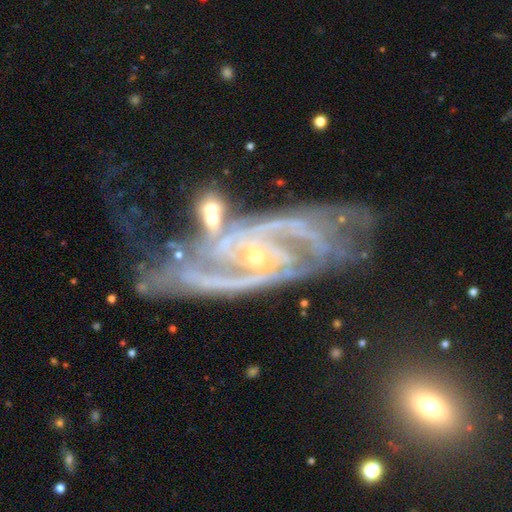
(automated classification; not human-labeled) smooth-or-featured: featured or disk: 92% | star or artifact: 5% | smooth: 3%
  disk-edge-on: no: 95% | yes: 5%
    bar: no: 54% | weak: 29% | strong: 16%
    has-spiral-arms: yes: 98% | no: 2%
      spiral-winding: medium: 45% (tied) | tight: 45% (tied) | loose: 11%
      spiral-arm-count: 2: 49% | 3: 20% | can't tell: 11% | 4: 9% | more than 4: 6% | 1: 6%
    bulge-size: small: 82% | moderate: 14% | none: 2% | large: 1% | dominant: 1%
  merging: none: 43% | minor disturbance: 25% | major disturbance: 19% | merger: 13%